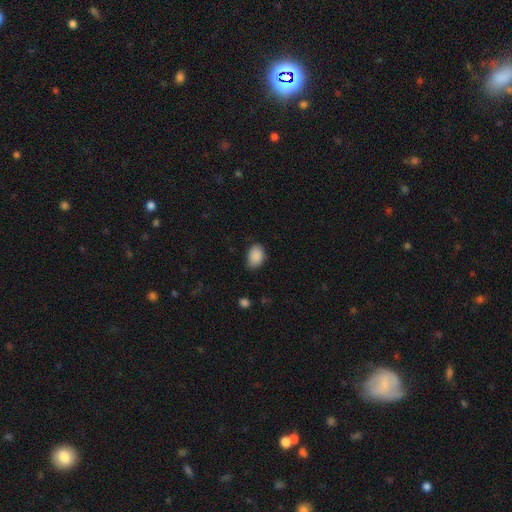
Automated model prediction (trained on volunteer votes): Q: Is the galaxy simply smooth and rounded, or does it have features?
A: smooth — 89%.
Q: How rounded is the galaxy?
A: in between — 82%.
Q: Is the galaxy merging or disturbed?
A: none — 76%.